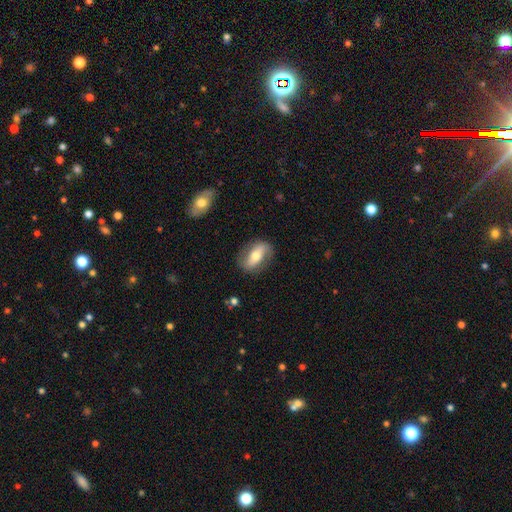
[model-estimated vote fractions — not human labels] Smooth or featured: featured or disk — 55% (smooth — 39%)
Edge-on disk: no — 82% (yes — 18%)
Merging: none — 81% (minor disturbance — 13%)